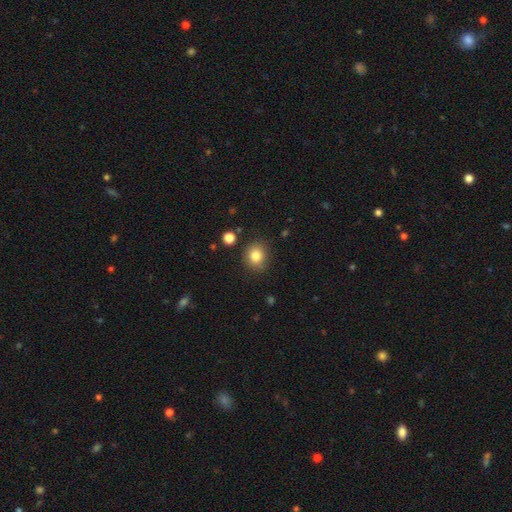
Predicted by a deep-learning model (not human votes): This appears to be a smooth galaxy with no disk features (83%) that is round (77%). Merging: none (83%).